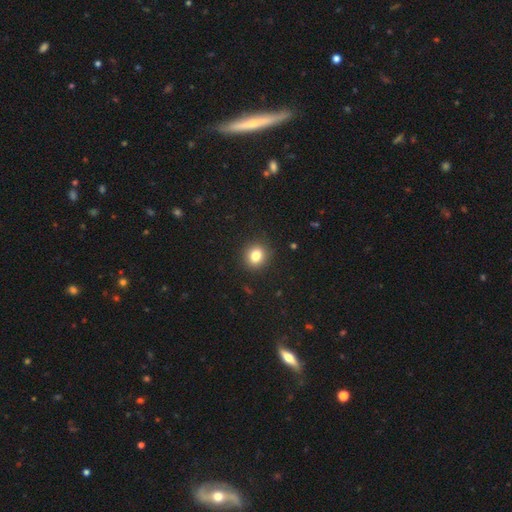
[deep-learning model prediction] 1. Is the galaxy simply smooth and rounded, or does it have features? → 82% smooth, 11% star or artifact, 7% featured or disk.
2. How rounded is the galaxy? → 81% round, 18% in between, 1% cigar-shaped.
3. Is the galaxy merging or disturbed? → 91% none, 6% minor disturbance, 2% major disturbance, 1% merger.